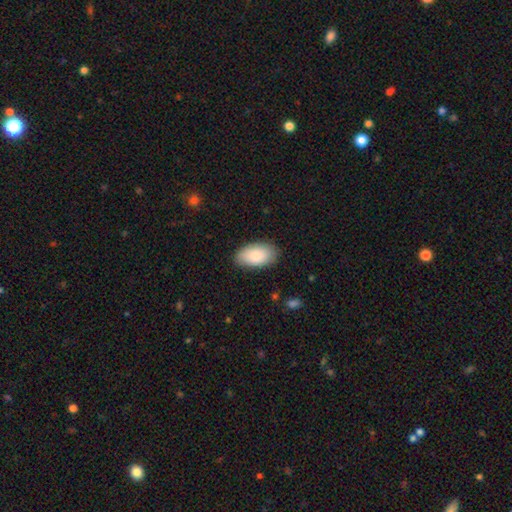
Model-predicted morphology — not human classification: Overall: smooth (84%). How rounded: in between (95%). Merging: none (85%).